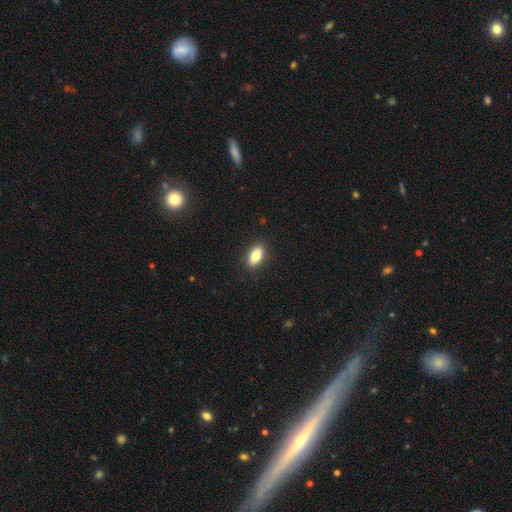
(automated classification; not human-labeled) Smooth or featured? Predicted: smooth (p=0.81). How rounded? Predicted: in between (p=0.88). Merging? Predicted: none (p=0.89).